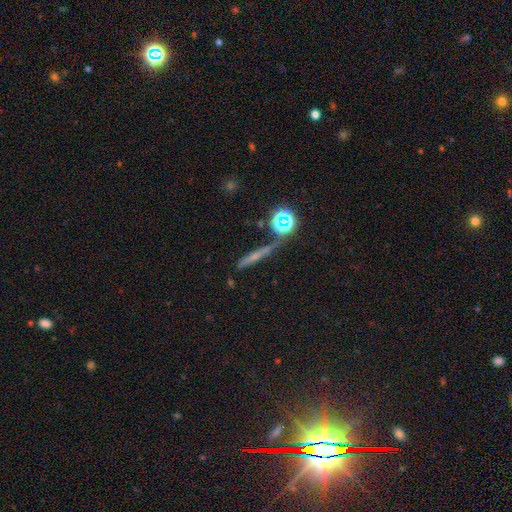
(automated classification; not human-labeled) Smooth or featured: smooth — 39% (featured or disk — 37%)
Merging: none — 78% (minor disturbance — 12%)